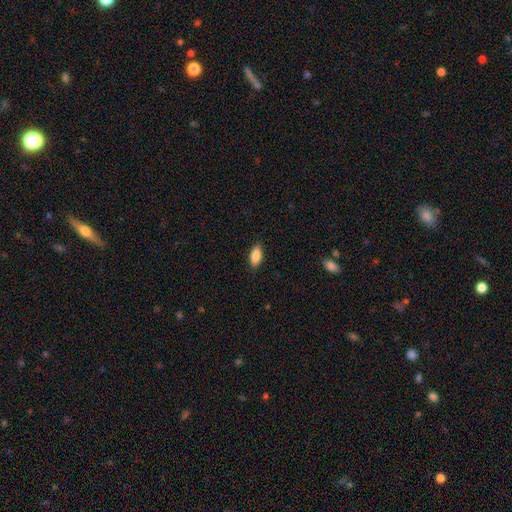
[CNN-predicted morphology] Q: Smooth or featured?
A: smooth (86%); runner-up: featured or disk (7%)
Q: How rounded?
A: in between (85%); runner-up: cigar-shaped (12%)
Q: Merging?
A: none (88%); runner-up: minor disturbance (9%)